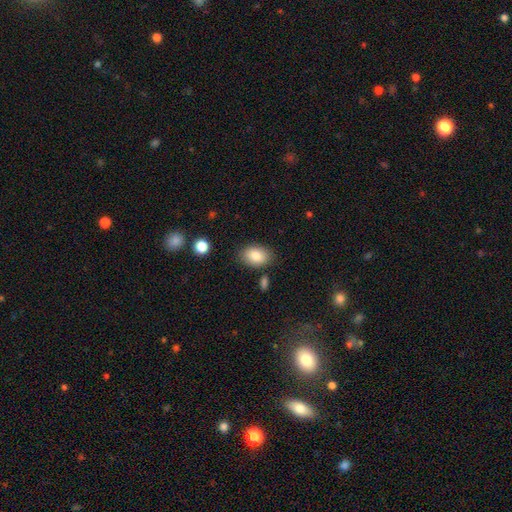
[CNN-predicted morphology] This is clearly a smooth galaxy (84%). How rounded: clearly in between (82%). Merging: clearly none (81%).